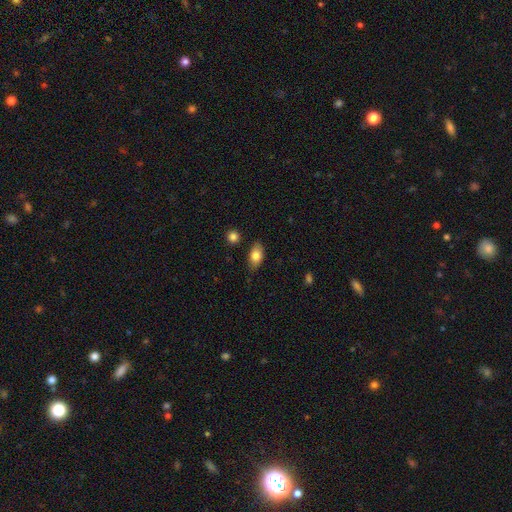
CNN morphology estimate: The model was most divided on "smooth or featured": smooth: 78%, featured or disk: 15%, star or artifact: 7%. More confident: how rounded — in between (88%); merging — none (81%).